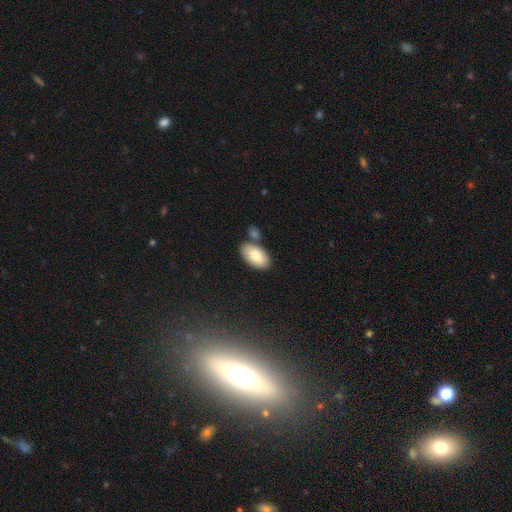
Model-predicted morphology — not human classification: A smooth galaxy with no disk features (79%) that is in between round and cigar-shaped (95%).

Vote fractions:
- Smooth or featured? smooth: 79% / featured or disk: 15% / star or artifact: 6%
- How rounded? in between: 95% / round: 3% / cigar-shaped: 2%
- Merging? none: 69% / merger: 15% / minor disturbance: 13% / major disturbance: 3%